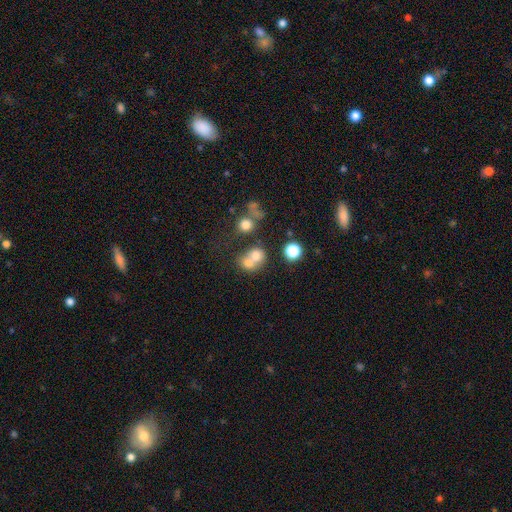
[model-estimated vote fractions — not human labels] Smooth or featured? Predicted: smooth (p=0.69). How rounded? Predicted: round (p=0.70). Merging? Predicted: merger (p=0.61).